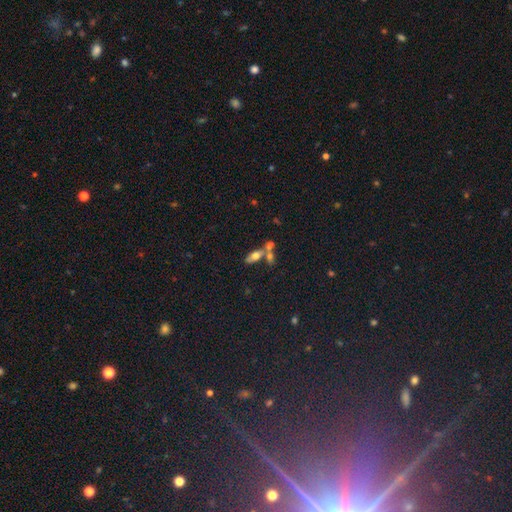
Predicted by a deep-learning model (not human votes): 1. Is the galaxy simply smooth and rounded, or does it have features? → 57% smooth, 32% featured or disk, 11% star or artifact.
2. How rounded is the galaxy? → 68% in between, 26% cigar-shaped, 5% round.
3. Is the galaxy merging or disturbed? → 47% merger, 37% none, 10% minor disturbance, 6% major disturbance.